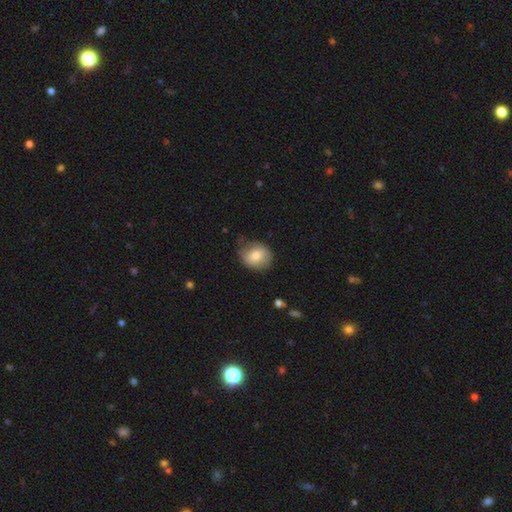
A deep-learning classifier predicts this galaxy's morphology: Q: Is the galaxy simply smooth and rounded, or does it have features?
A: smooth — 76%.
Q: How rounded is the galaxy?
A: round — 67%.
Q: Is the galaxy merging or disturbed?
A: none — 65%.